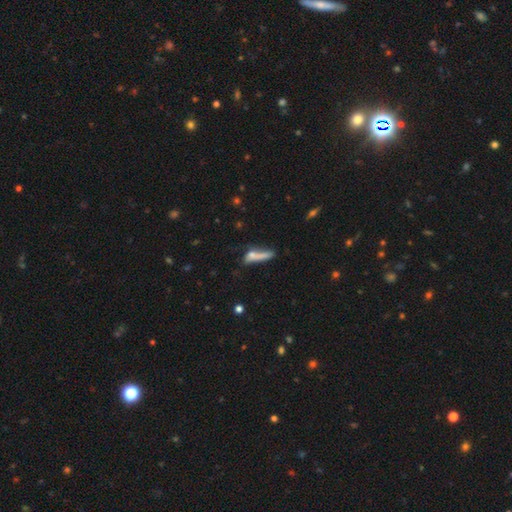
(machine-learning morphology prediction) This is likely a smooth galaxy (63%). How rounded: likely cigar-shaped (76%). Merging: marginally none (38%).